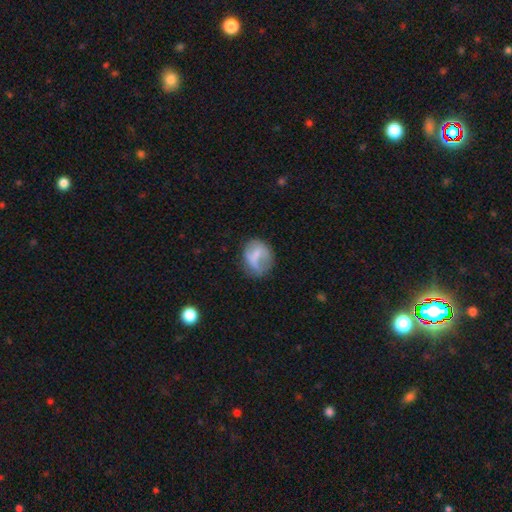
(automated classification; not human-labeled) smooth_or_featured: smooth (p=0.59) [alt: featured or disk p=0.33]
how_rounded: round (p=0.58) [alt: in between p=0.41]
merging: none (p=0.44) [alt: minor disturbance p=0.30]